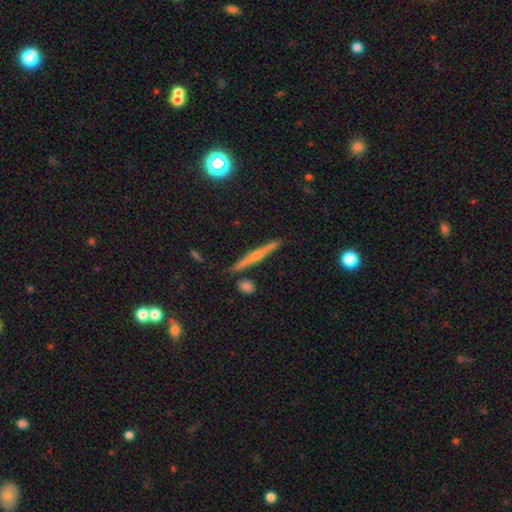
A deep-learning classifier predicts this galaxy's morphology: type=featured or disk (58%); edge-on=yes (97%); edge-on bulge=rounded (59%); merging=none (89%).